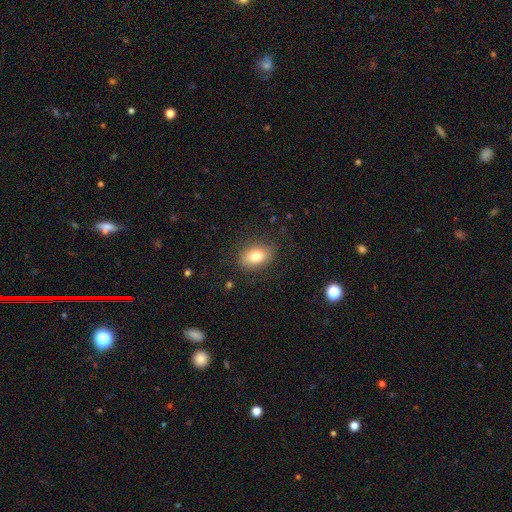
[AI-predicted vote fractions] Smooth or featured? smooth (78%)
How rounded? in between (83%)
Merging? none (83%)